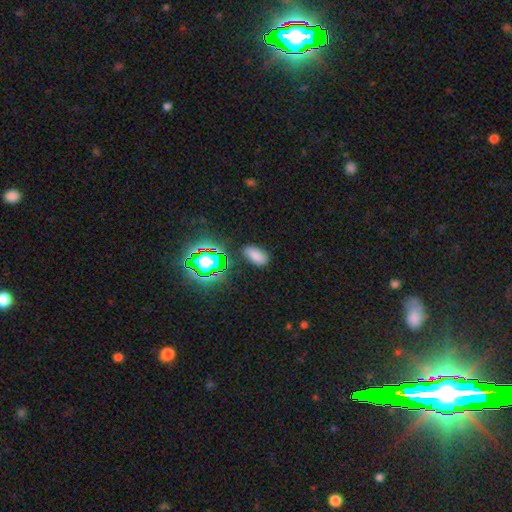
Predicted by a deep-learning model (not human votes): Smooth or featured?
  - smooth: 65% *
  - star or artifact: 24%
  - featured or disk: 11%
How rounded?
  - in between: 90% *
  - round: 6%
  - cigar-shaped: 4%
Merging?
  - none: 78% *
  - minor disturbance: 15%
  - major disturbance: 4%
  - merger: 3%